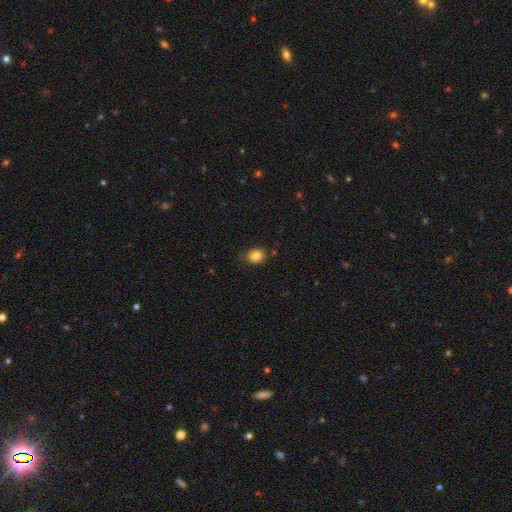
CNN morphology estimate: The model was most divided on "how rounded": round: 53%, in between: 46%, cigar-shaped: 1%. More confident: smooth or featured — smooth (84%); merging — none (75%).